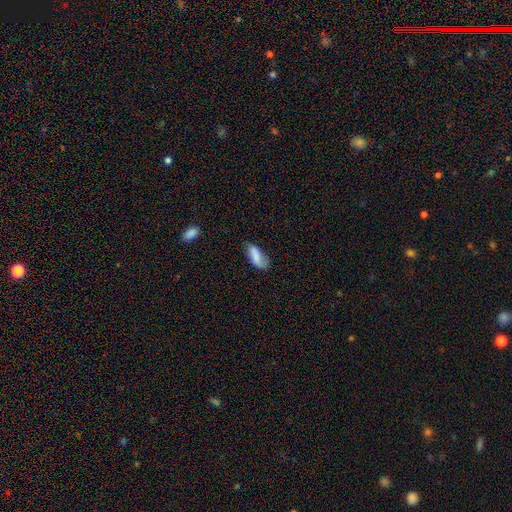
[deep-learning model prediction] Smooth or featured?
  - smooth: 79% *
  - featured or disk: 14%
  - star or artifact: 7%
How rounded?
  - in between: 81% *
  - cigar-shaped: 17%
  - round: 2%
Merging?
  - none: 50% *
  - minor disturbance: 34%
  - major disturbance: 13%
  - merger: 3%